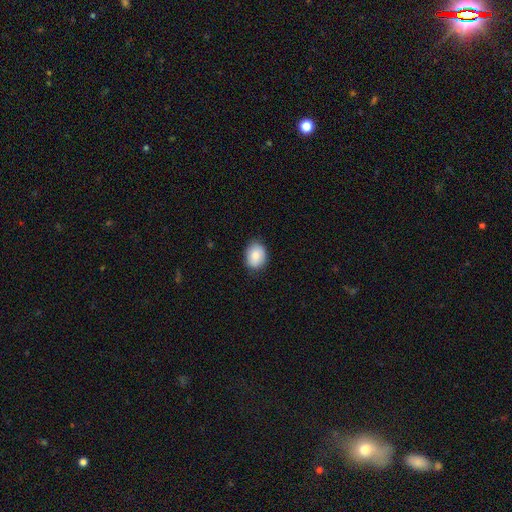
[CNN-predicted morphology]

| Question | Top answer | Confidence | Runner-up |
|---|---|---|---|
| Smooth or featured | smooth | 85% | featured or disk (8%) |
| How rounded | in between | 56% | round (43%) |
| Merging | none | 84% | minor disturbance (13%) |